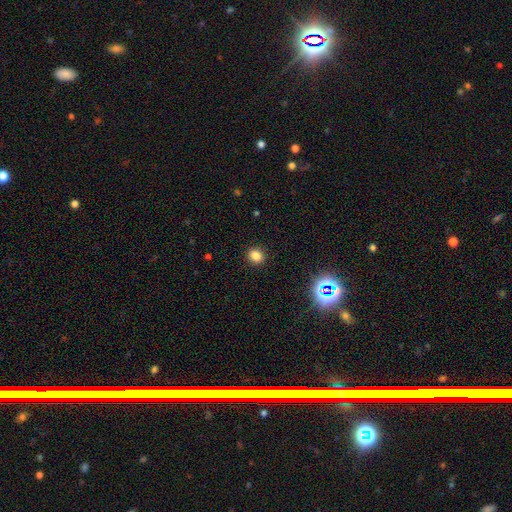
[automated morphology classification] smooth 81%, star or artifact 14%, featured or disk 5%. Down the decision tree: how rounded — round (73%); merging — none (91%).